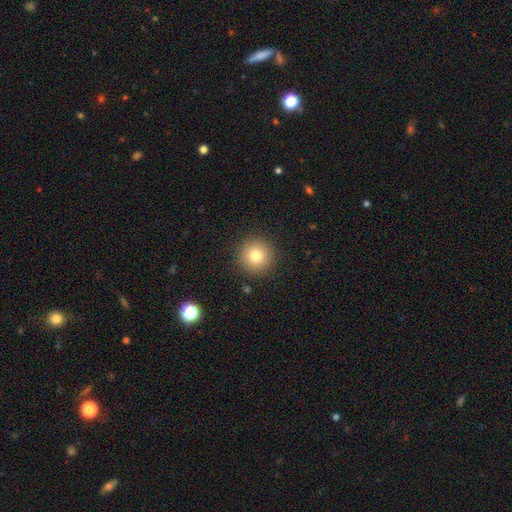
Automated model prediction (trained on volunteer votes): Smooth or featured? smooth (78%)
How rounded? round (96%)
Merging? none (91%)